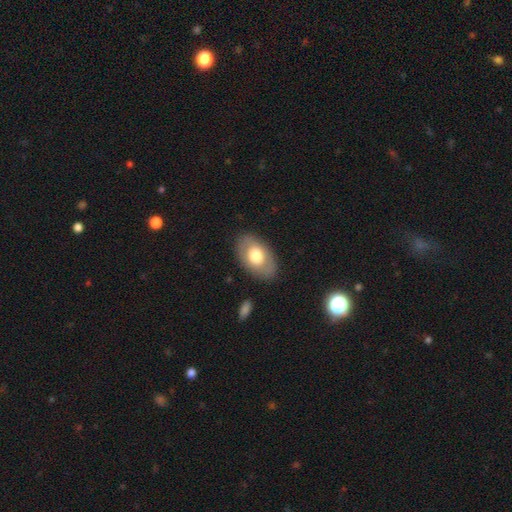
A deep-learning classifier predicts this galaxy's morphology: Q: Smooth or featured?
A: smooth (63%); runner-up: featured or disk (31%)
Q: How rounded?
A: in between (90%); runner-up: round (8%)
Q: Merging?
A: none (83%); runner-up: minor disturbance (12%)